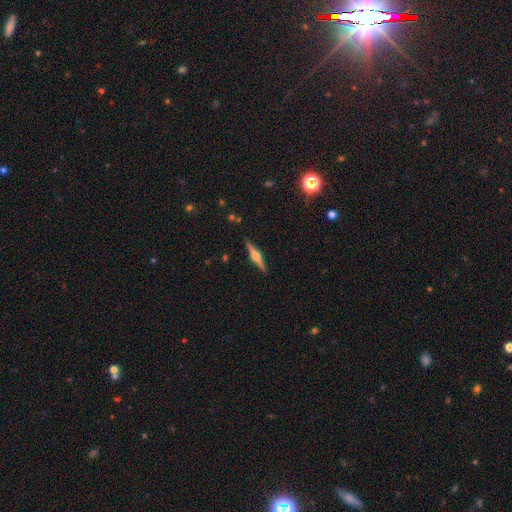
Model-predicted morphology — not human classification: A featured or disk galaxy (76%) viewed edge-on (98%) with a rounded central bulge (91%).

Vote fractions:
- Smooth or featured? featured or disk: 76% / smooth: 18% / star or artifact: 6%
- Edge-on disk? yes: 98% / no: 2%
- Edge-on bulge? rounded: 91% / boxy: 7% / none: 2%
- Merging? none: 91% / minor disturbance: 7% / major disturbance: 1% / merger: 1%